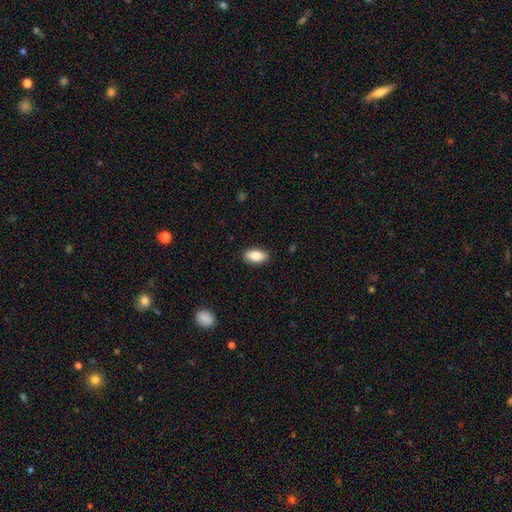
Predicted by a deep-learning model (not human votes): A smooth galaxy with no disk features (85%) that is in between round and cigar-shaped (92%).

Vote fractions:
- Smooth or featured? smooth: 85% / featured or disk: 9% / star or artifact: 7%
- How rounded? in between: 92% / cigar-shaped: 5% / round: 3%
- Merging? none: 89% / minor disturbance: 8% / major disturbance: 2% / merger: 1%